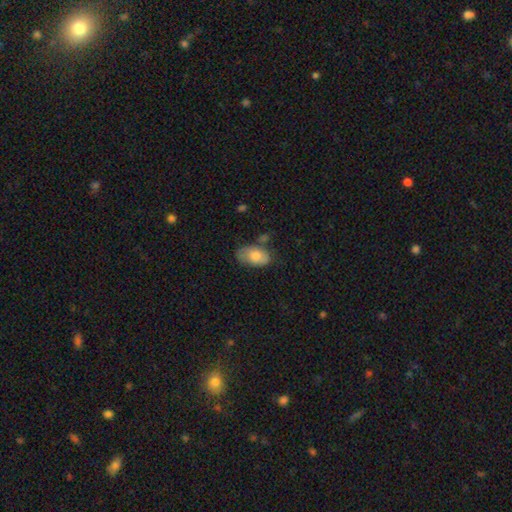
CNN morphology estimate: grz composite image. It shows a smooth galaxy with no disk features (74%) that is in between round and cigar-shaped (92%). Merging: none (58%).